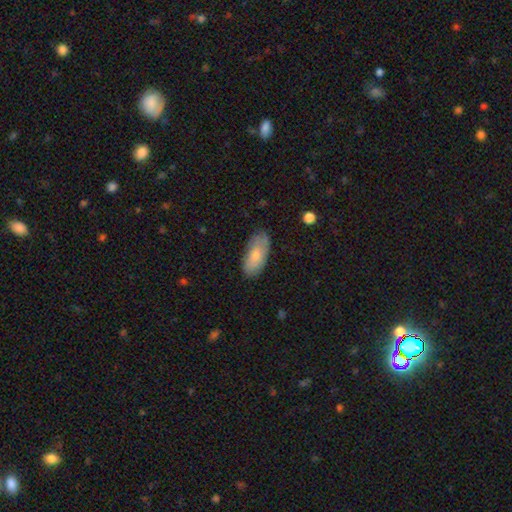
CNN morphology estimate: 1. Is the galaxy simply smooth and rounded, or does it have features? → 79% smooth, 15% featured or disk, 6% star or artifact.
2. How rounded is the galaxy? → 89% in between, 8% cigar-shaped, 2% round.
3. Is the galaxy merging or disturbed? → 79% none, 16% minor disturbance, 3% major disturbance, 1% merger.